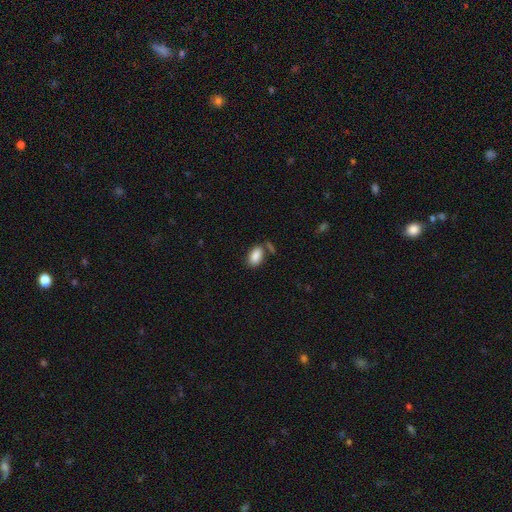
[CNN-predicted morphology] This appears to be a smooth galaxy with no disk features (87%) that is in between round and cigar-shaped (92%). Merging: none (66%).